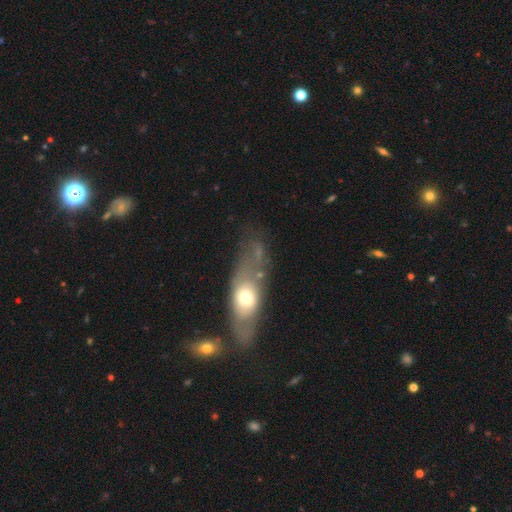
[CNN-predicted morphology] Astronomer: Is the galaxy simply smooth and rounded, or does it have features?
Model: featured or disk — 50% (runner-up: smooth, 40%).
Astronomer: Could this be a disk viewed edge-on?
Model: no — 67%.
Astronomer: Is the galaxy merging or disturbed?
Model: none — 48%.